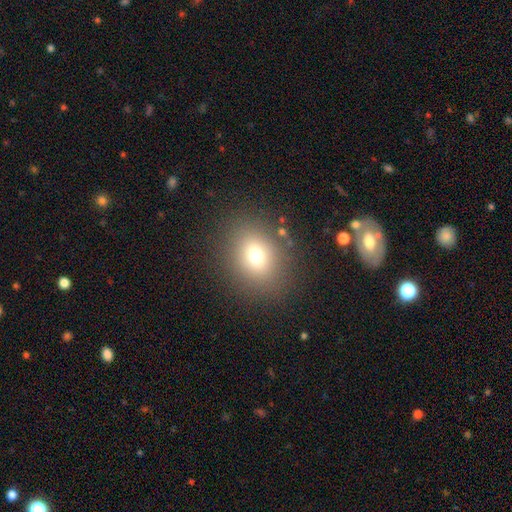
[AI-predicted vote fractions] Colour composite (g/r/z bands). It shows a smooth galaxy with no disk features (71%) that is round (57%). Merging: none (85%).